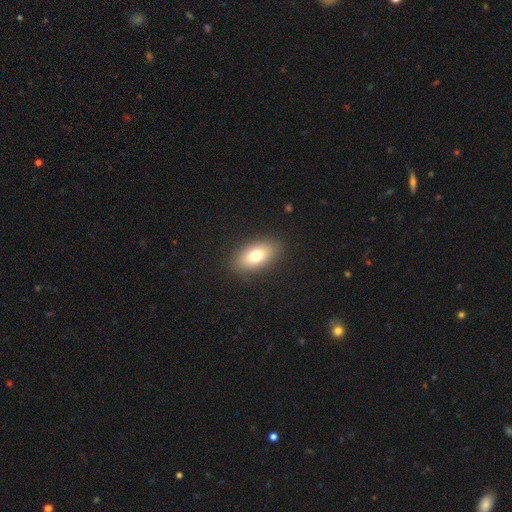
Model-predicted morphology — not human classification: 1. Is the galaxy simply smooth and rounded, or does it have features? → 74% smooth, 17% featured or disk, 9% star or artifact.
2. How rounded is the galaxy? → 89% in between, 7% round, 5% cigar-shaped.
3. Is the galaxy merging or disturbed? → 87% none, 9% minor disturbance, 3% major disturbance, 1% merger.